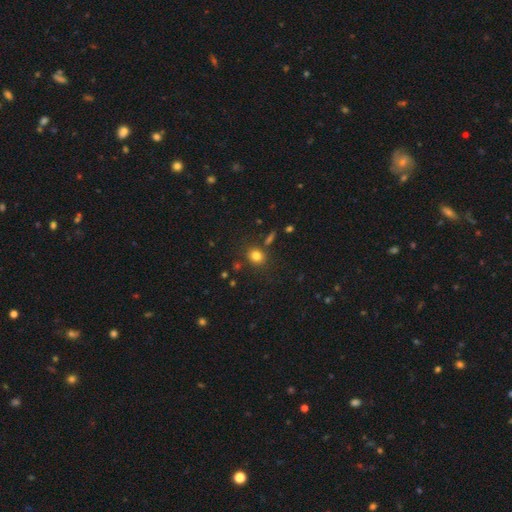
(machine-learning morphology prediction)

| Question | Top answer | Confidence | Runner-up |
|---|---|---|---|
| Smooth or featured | smooth | 79% | star or artifact (14%) |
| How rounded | round | 72% | in between (27%) |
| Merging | none | 81% | minor disturbance (10%) |